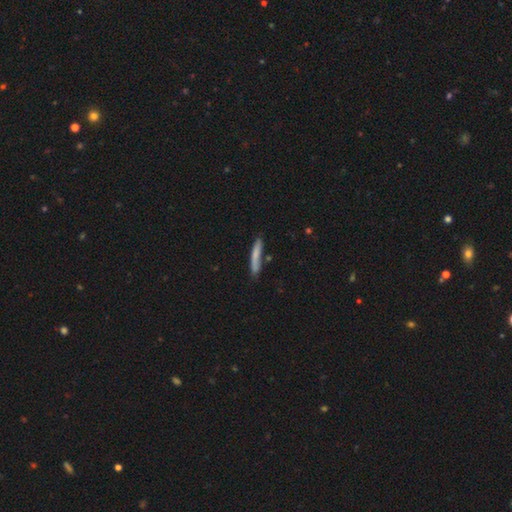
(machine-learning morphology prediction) smooth_or_featured: smooth (p=0.74) [alt: featured or disk p=0.19]
how_rounded: cigar-shaped (p=0.93) [alt: in between p=0.05]
merging: none (p=0.75) [alt: minor disturbance p=0.16]